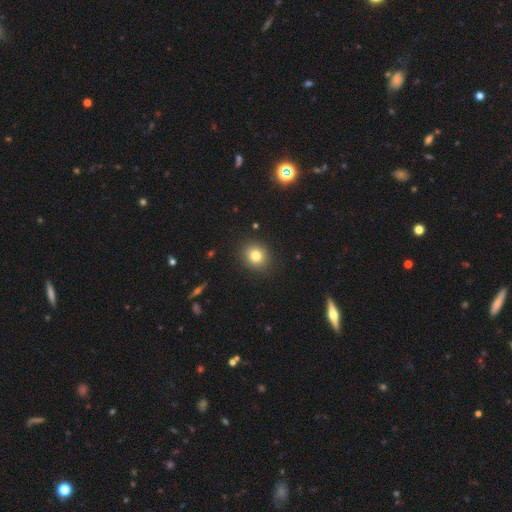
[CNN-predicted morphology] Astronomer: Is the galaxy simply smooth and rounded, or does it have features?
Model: smooth — 80%.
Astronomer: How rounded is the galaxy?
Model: round — 77%.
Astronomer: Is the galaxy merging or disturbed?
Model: none — 90%.